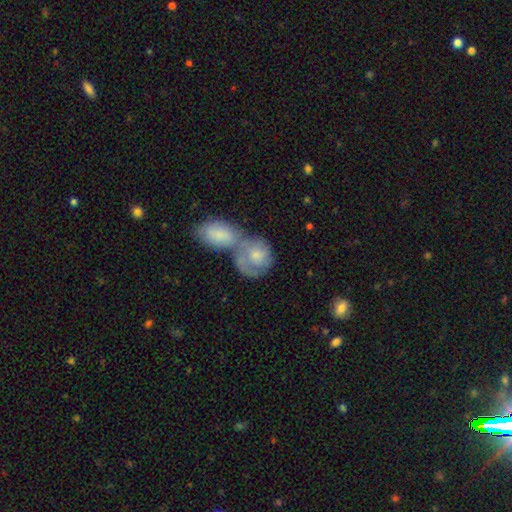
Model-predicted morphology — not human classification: Smooth or featured? smooth (58%)
How rounded? round (66%)
Merging? merger (66%)